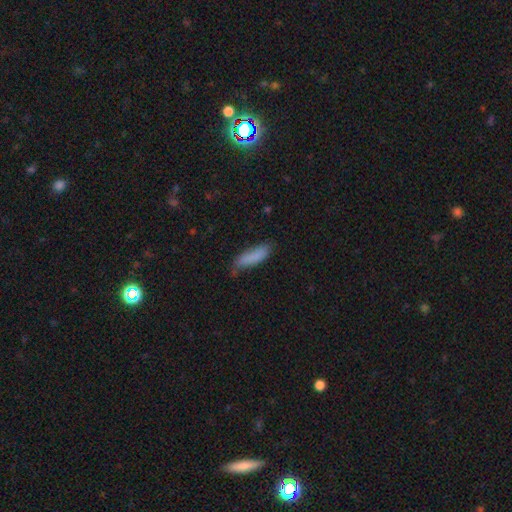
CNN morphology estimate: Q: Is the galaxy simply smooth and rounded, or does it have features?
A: smooth — 83%.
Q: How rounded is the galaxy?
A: in between — 50%.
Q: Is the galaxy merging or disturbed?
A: none — 57%.